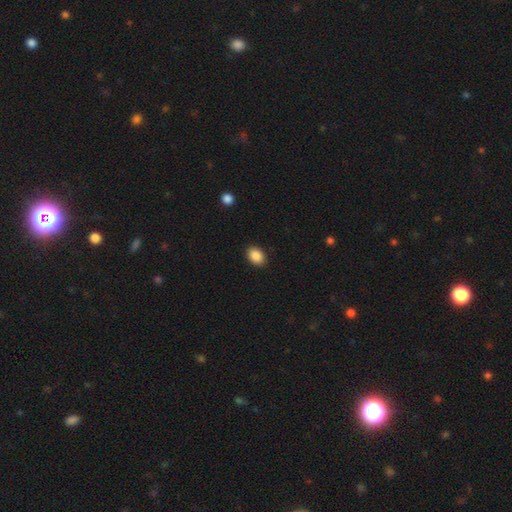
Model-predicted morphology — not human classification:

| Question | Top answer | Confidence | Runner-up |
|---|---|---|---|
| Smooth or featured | smooth | 89% | star or artifact (8%) |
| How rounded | in between | 80% | round (19%) |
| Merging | none | 90% | minor disturbance (7%) |